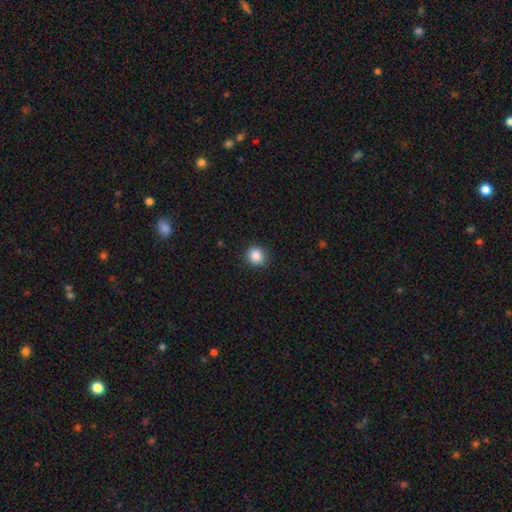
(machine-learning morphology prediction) smooth-or-featured: smooth: 87% | star or artifact: 10% | featured or disk: 3%
  how-rounded: round: 86% | in between: 13% | cigar-shaped: 1%
  merging: none: 90% | minor disturbance: 7% | major disturbance: 2% | merger: 1%